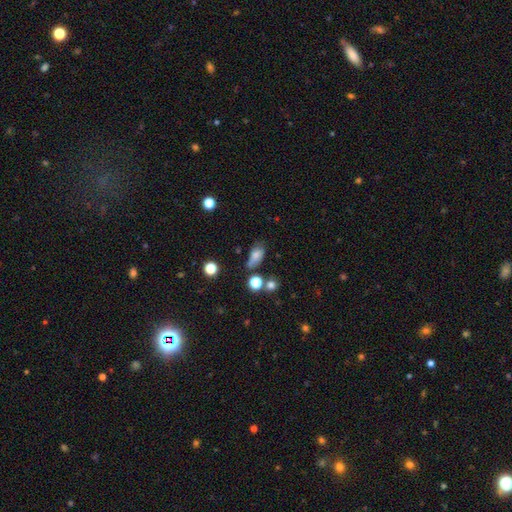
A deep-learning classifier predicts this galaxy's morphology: Smooth or featured? Predicted: smooth (p=0.71). How rounded? Predicted: in between (p=0.81). Merging? Predicted: none (p=0.45).